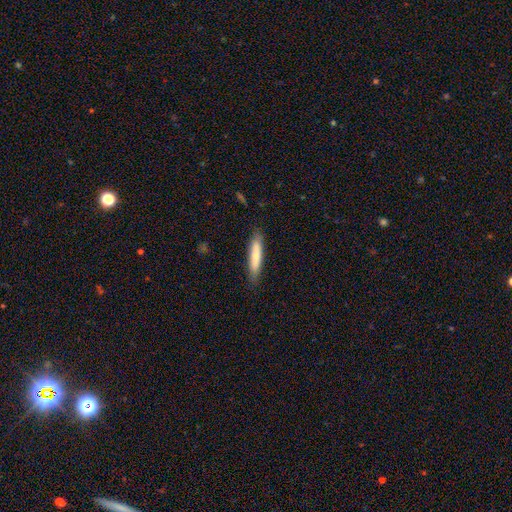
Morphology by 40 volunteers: This appears to be a smooth galaxy with no disk features (85%) that is cigar-shaped (91%). Merging: none (85%).